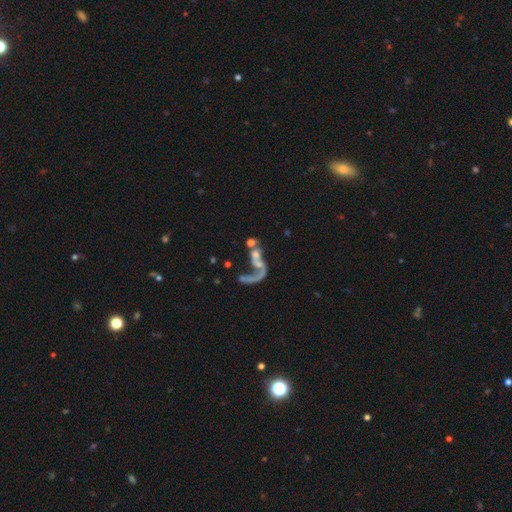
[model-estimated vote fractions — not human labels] Smooth or featured?
  - featured or disk: 67% *
  - smooth: 20%
  - star or artifact: 13%
Edge-on disk?
  - no: 94% *
  - yes: 6%
Bar?
  - no: 71% *
  - weak: 20%
  - strong: 9%
Spiral arms?
  - yes: 60% *
  - no: 40%
Bulge size?
  - small: 42% *
  - none: 29%
  - moderate: 21%
  - large: 5%
  - dominant: 3%
Merging?
  - merger: 43% *
  - major disturbance: 27%
  - none: 21%
  - minor disturbance: 9%